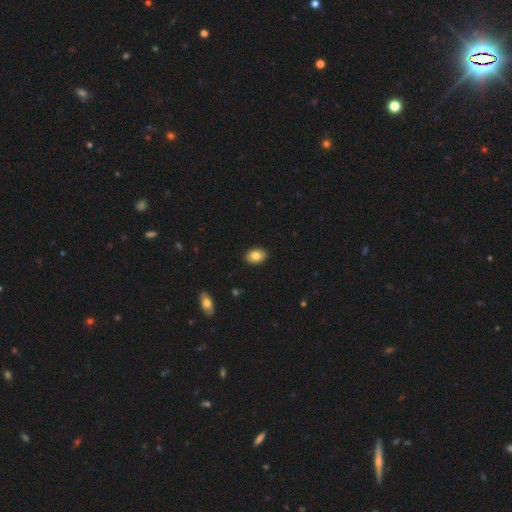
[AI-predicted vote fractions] smooth-or-featured: smooth: 83% | featured or disk: 10% | star or artifact: 8%
  how-rounded: in between: 85% | round: 14% | cigar-shaped: 1%
  merging: none: 90% | minor disturbance: 8% | major disturbance: 2% | merger: 1%